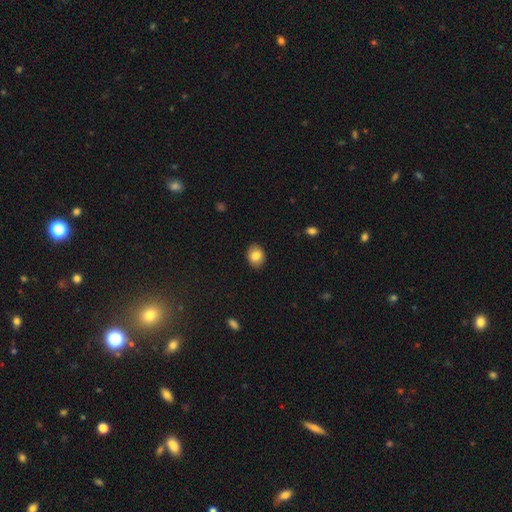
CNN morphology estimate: smooth-or-featured: smooth: 83% | featured or disk: 9% | star or artifact: 8%
  how-rounded: in between: 50% | round: 49% | cigar-shaped: 1%
  merging: none: 88% | minor disturbance: 9% | major disturbance: 2% | merger: 1%